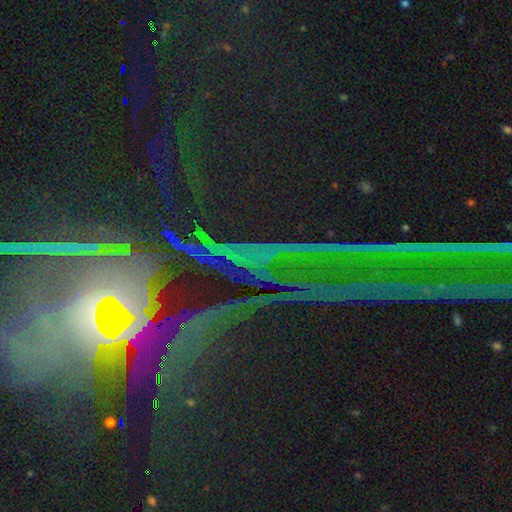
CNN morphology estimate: smooth-or-featured: star or artifact: 66% | featured or disk: 22% | smooth: 12%